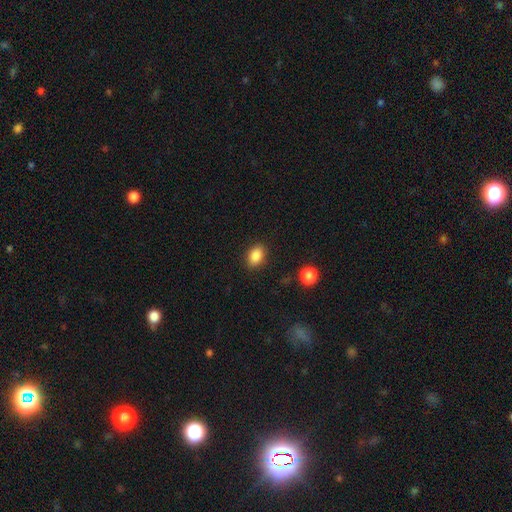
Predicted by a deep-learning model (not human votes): Smooth or featured?
  - smooth: 87% *
  - star or artifact: 9%
  - featured or disk: 4%
How rounded?
  - in between: 77% *
  - round: 22%
  - cigar-shaped: 1%
Merging?
  - none: 87% *
  - minor disturbance: 9%
  - major disturbance: 3%
  - merger: 1%